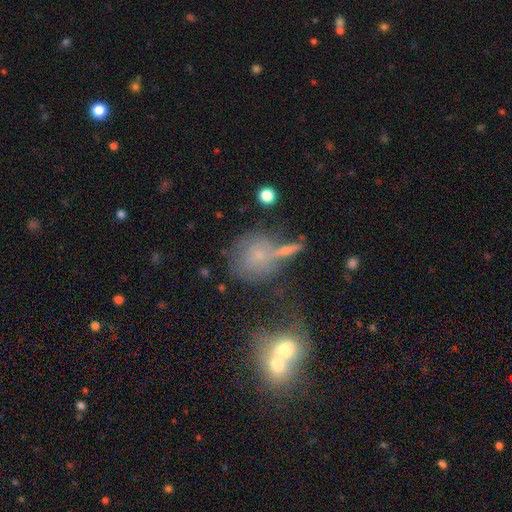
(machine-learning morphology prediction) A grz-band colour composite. It shows a smooth galaxy with no disk features (49%). Merging: none (44%).